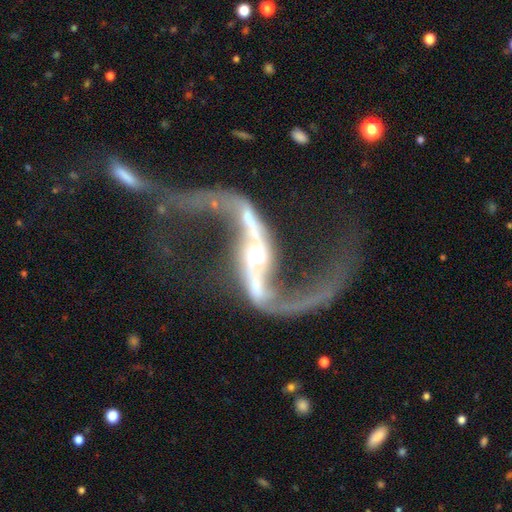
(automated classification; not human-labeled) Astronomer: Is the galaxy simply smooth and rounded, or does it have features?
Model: featured or disk — 93%.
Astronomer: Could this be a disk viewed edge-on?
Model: no — 93%.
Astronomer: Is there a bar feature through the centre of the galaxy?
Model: strong — 54%.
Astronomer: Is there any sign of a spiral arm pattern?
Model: yes — 96%.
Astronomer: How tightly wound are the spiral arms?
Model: loose — 89%.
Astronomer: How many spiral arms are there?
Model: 2 — 94%.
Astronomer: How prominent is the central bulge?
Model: small — 50% (runner-up: moderate, 42%).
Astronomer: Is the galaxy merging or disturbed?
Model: none — 51%.